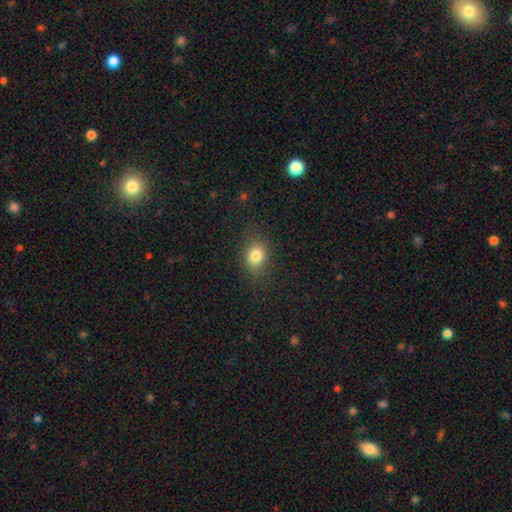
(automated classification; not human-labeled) Q: Smooth or featured?
A: smooth (81%); runner-up: star or artifact (12%)
Q: How rounded?
A: in between (51%); runner-up: round (47%)
Q: Merging?
A: none (79%); runner-up: minor disturbance (15%)